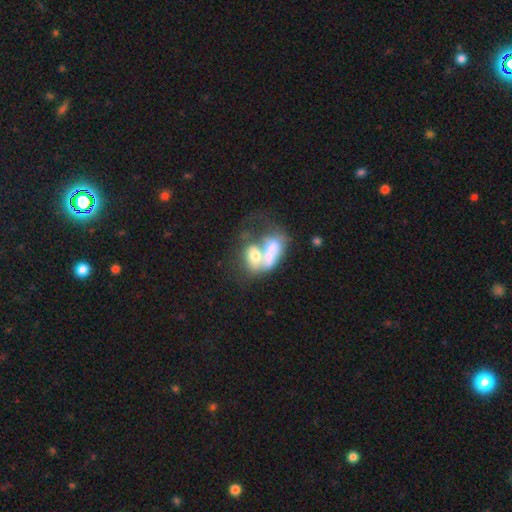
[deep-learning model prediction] Smooth or featured?
  - featured or disk: 47% *
  - smooth: 37%
  - star or artifact: 16%
Merging?
  - merger: 69% *
  - none: 15%
  - major disturbance: 9%
  - minor disturbance: 7%